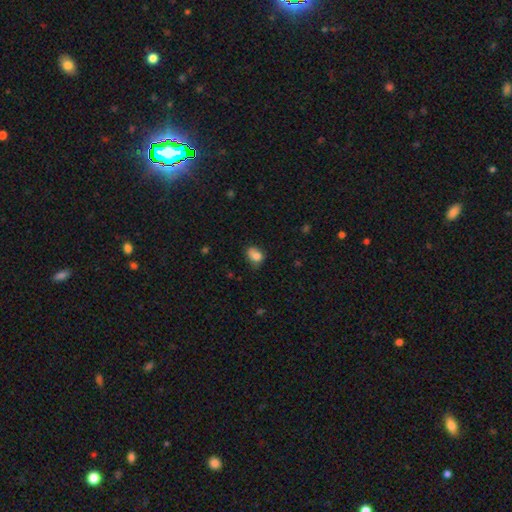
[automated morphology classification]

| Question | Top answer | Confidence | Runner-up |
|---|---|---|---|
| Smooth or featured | smooth | 79% | featured or disk (11%) |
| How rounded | in between | 63% | round (36%) |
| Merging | none | 44% | minor disturbance (33%) |